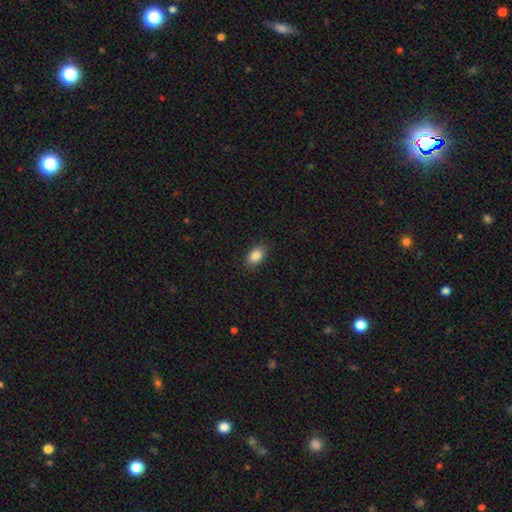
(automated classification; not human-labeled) The model was most divided on "how rounded": in between: 88%, round: 10%, cigar-shaped: 2%. More confident: merging — none (88%); smooth or featured — smooth (86%).